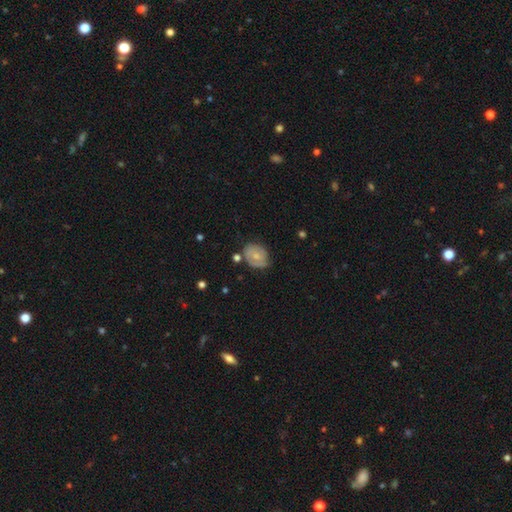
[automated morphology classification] This appears to be a featured or disk galaxy (46%, tied with smooth). Merging: none (55%).